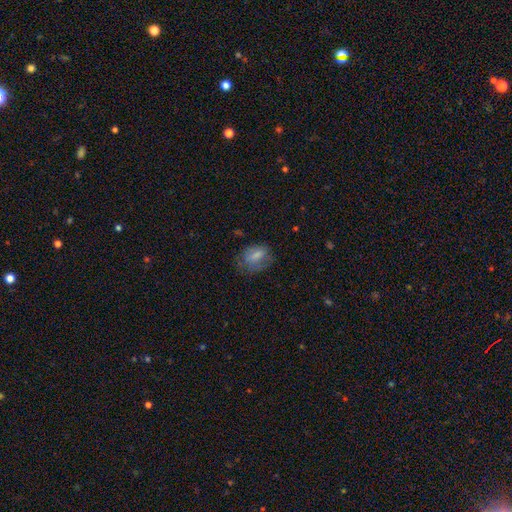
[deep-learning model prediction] The model was most divided on "merging": none: 53%, minor disturbance: 27%, major disturbance: 18%, merger: 2%. More confident: how rounded — in between (74%); smooth or featured — smooth (69%).